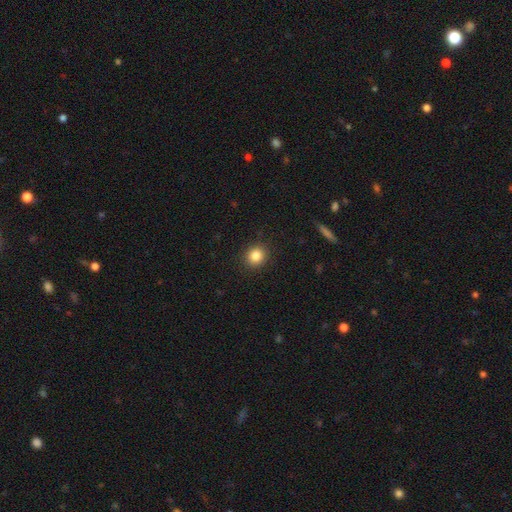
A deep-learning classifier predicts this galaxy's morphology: Smooth or featured: smooth — 84% (star or artifact — 10%)
How rounded: round — 83% (in between — 16%)
Merging: none — 91% (minor disturbance — 6%)